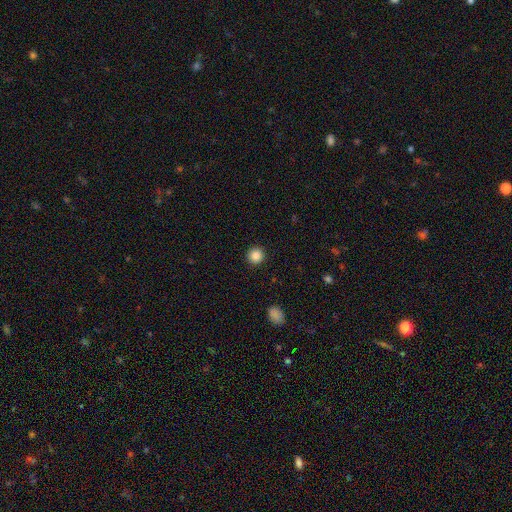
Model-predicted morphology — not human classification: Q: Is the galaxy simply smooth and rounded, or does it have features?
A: smooth — 87%.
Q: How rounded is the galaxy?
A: round — 95%.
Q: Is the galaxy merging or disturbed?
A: none — 93%.